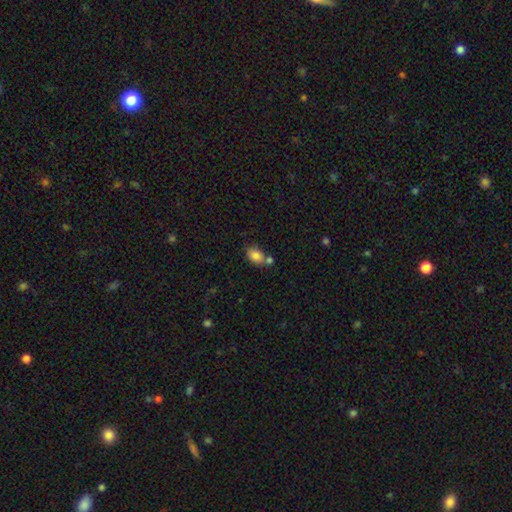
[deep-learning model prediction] Smooth or featured? smooth (84%)
How rounded? in between (81%)
Merging? none (55%)